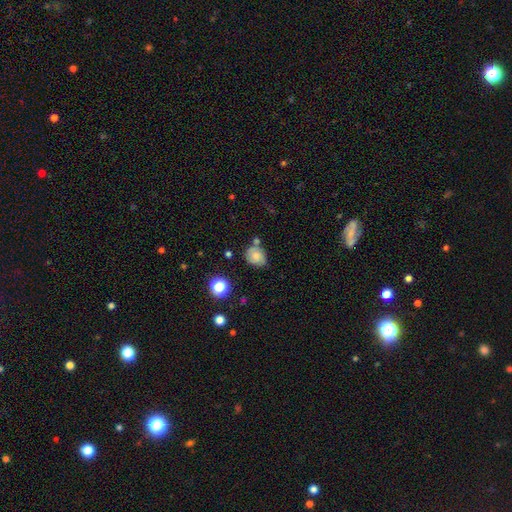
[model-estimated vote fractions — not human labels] A smooth galaxy with no disk features (62%) that is round (61%).

Vote fractions:
- Smooth or featured? smooth: 62% / featured or disk: 26% / star or artifact: 12%
- How rounded? round: 61% / in between: 38% / cigar-shaped: 1%
- Merging? none: 56% / minor disturbance: 23% / merger: 14% / major disturbance: 6%